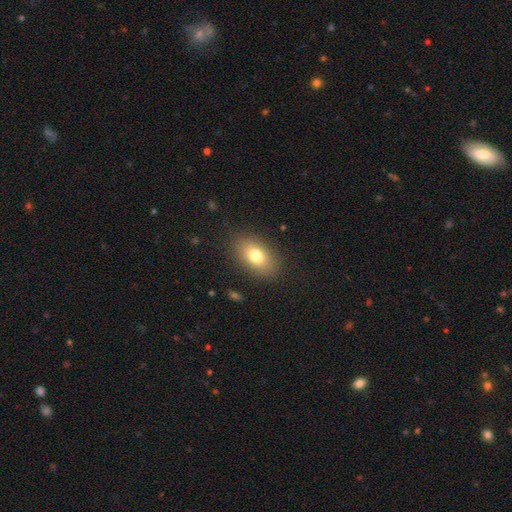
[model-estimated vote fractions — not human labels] The model was most divided on "smooth or featured": smooth: 77%, featured or disk: 14%, star or artifact: 9%. More confident: how rounded — in between (88%); merging — none (86%).